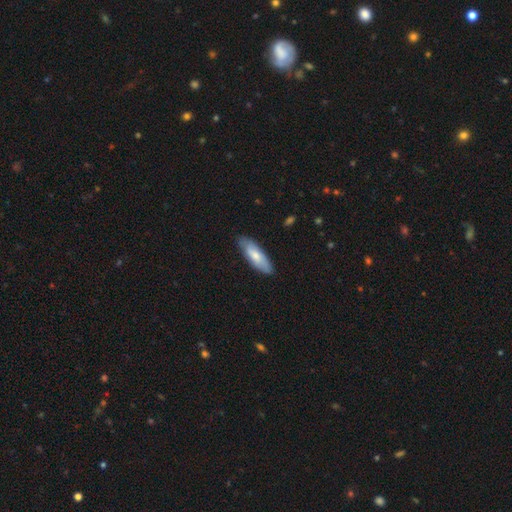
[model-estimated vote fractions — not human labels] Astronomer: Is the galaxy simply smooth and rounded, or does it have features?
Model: smooth — 70%.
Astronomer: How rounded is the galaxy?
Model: in between — 55% (runner-up: cigar-shaped, 43%).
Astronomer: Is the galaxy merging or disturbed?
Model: none — 83%.